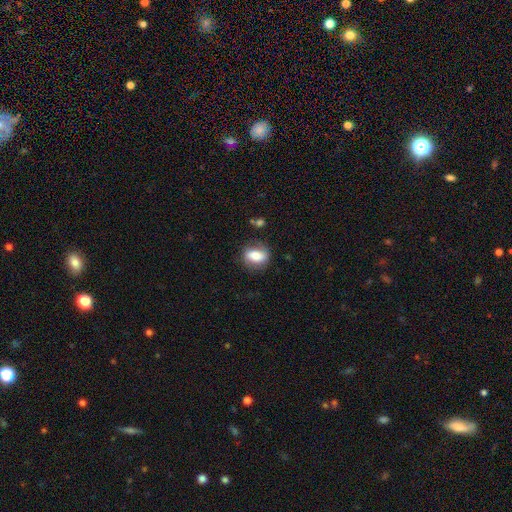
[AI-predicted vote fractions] Q: Smooth or featured?
A: smooth (69%); runner-up: featured or disk (23%)
Q: How rounded?
A: in between (71%); runner-up: round (26%)
Q: Merging?
A: none (75%); runner-up: minor disturbance (17%)